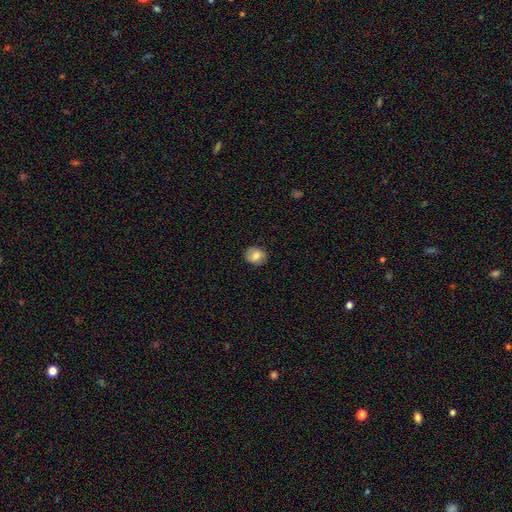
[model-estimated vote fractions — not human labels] A smooth galaxy with no disk features (79%) that is round (64%). Merging: none (87%).